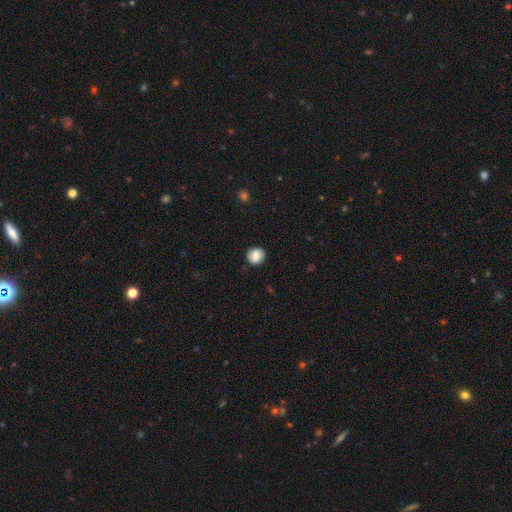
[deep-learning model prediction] Smooth or featured? Predicted: smooth (p=0.81). How rounded? Predicted: round (p=0.86). Merging? Predicted: none (p=0.86).